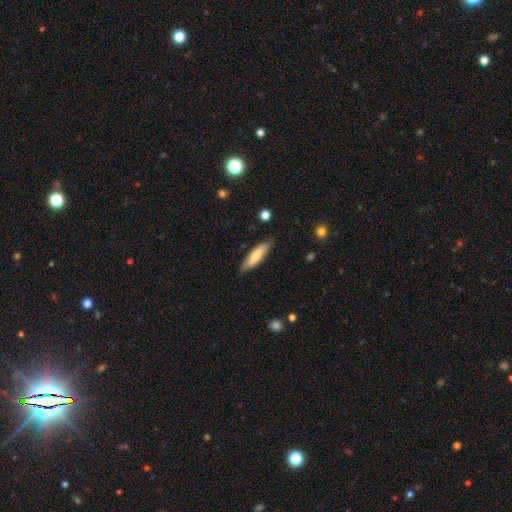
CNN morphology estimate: A smooth galaxy with no disk features (67%) that is cigar-shaped (66%). Merging: none (83%).